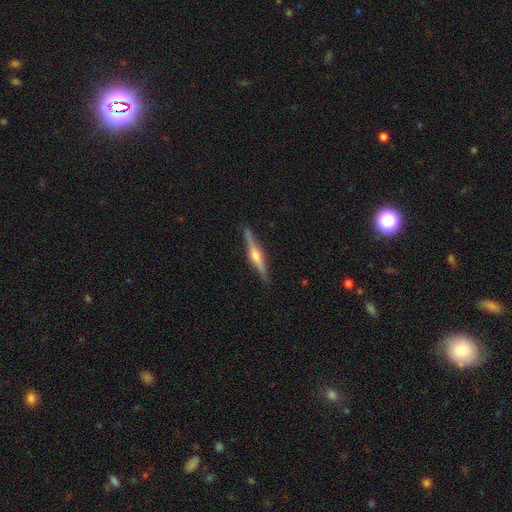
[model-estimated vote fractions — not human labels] Q: Smooth or featured?
A: featured or disk (79%); runner-up: smooth (16%)
Q: Edge-on disk?
A: yes (98%); runner-up: no (2%)
Q: Edge-on bulge?
A: rounded (87%); runner-up: boxy (9%)
Q: Merging?
A: none (91%); runner-up: minor disturbance (7%)